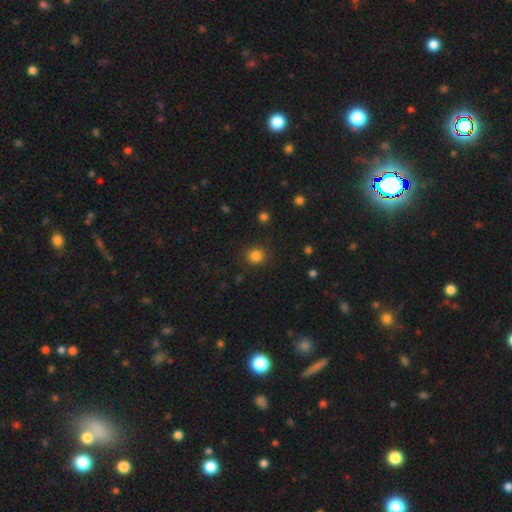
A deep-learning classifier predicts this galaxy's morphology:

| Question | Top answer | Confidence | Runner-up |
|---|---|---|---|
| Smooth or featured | smooth | 84% | star or artifact (12%) |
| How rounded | round | 89% | in between (10%) |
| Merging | none | 88% | minor disturbance (7%) |